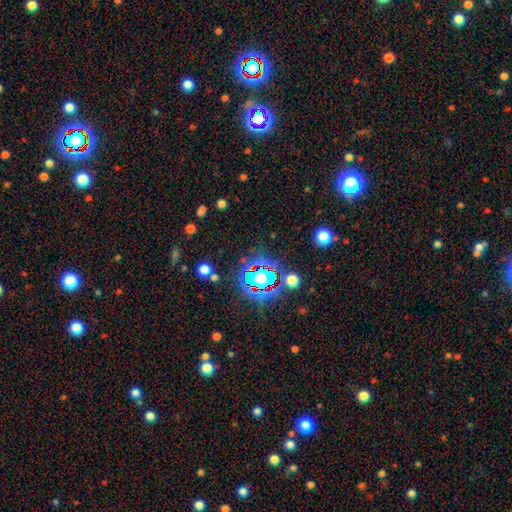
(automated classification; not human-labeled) Morphology: type=star or artifact (81%).